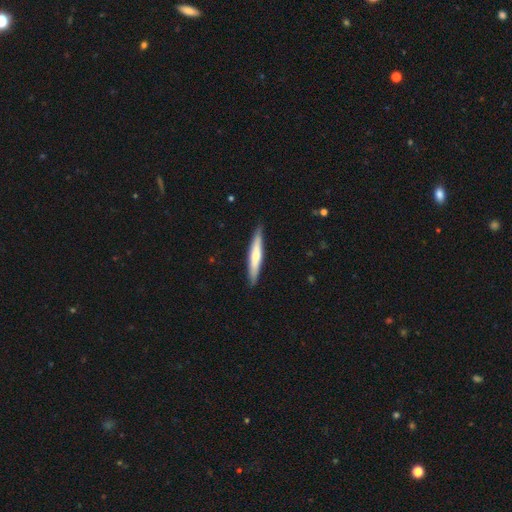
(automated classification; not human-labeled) Q: Smooth or featured?
A: smooth (52%); runner-up: featured or disk (43%)
Q: How rounded?
A: cigar-shaped (92%); runner-up: in between (6%)
Q: Merging?
A: none (89%); runner-up: minor disturbance (8%)